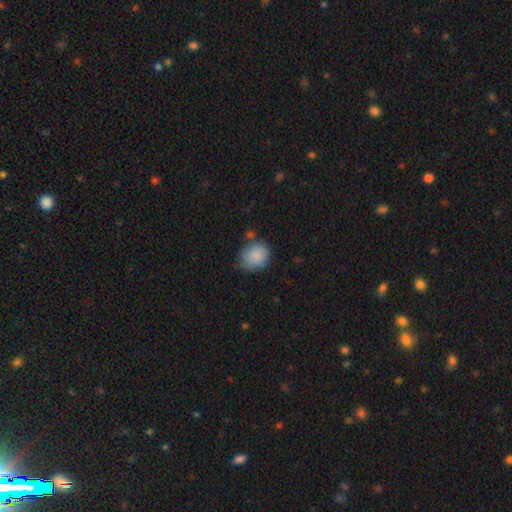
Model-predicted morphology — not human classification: The model was most divided on "how rounded": round: 59%, in between: 40%, cigar-shaped: 1%. More confident: smooth or featured — smooth (87%); merging — none (66%).